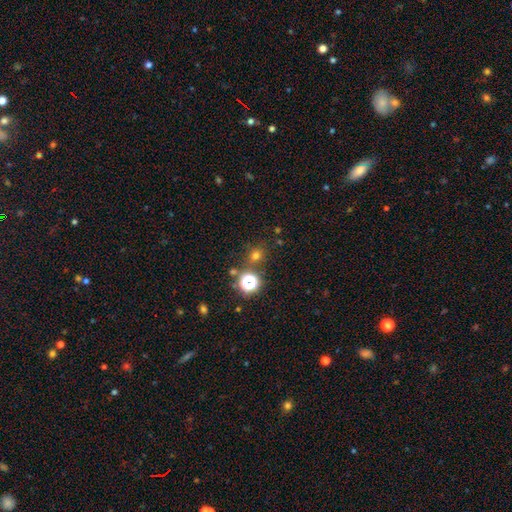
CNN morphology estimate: smooth_or_featured: smooth (p=0.66) [alt: star or artifact p=0.28]
how_rounded: round (p=0.87) [alt: in between p=0.12]
merging: none (p=0.80) [alt: minor disturbance p=0.09]